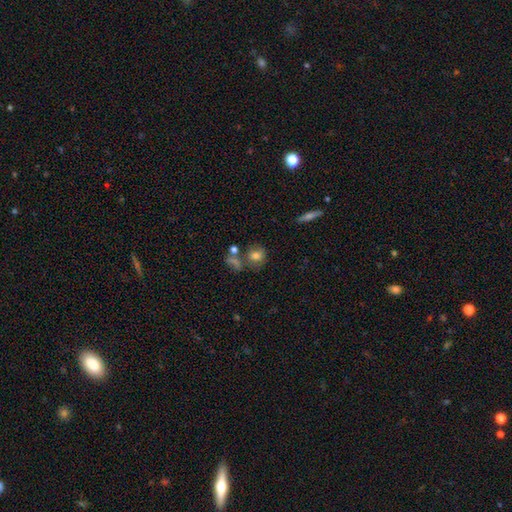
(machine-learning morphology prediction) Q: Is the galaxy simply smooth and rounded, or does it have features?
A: smooth — 74%.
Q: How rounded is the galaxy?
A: round — 67%.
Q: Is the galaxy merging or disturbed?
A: none — 51%.